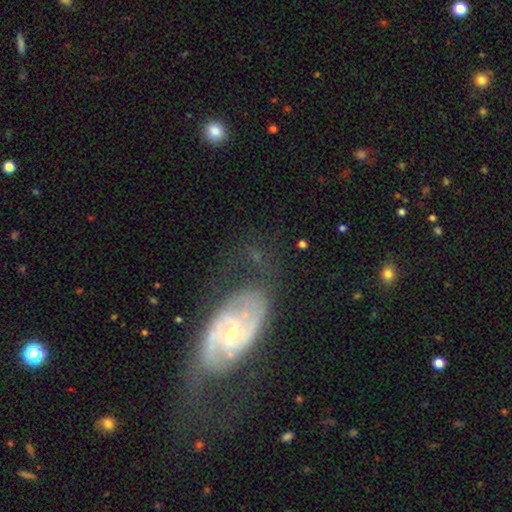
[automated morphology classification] featured or disk 82%, smooth 10%, star or artifact 8%. Down the decision tree: edge-on disk — no (95%); bar — no (46%); spiral arms — yes (94%); spiral arm count — 2 (68%); spiral winding — tight (47%); bulge size — moderate (51%); merging — none (61%).